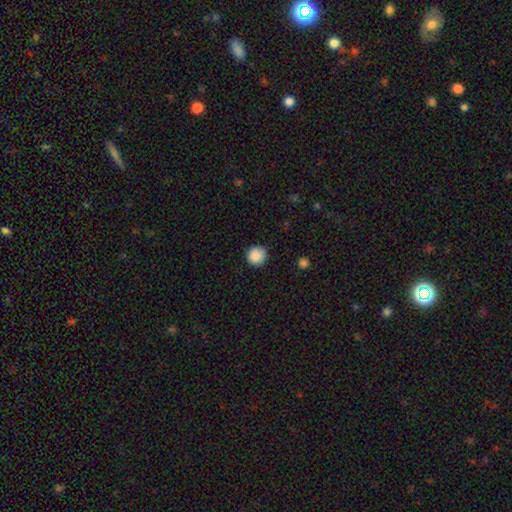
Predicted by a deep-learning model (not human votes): A smooth galaxy with no disk features (88%) that is round (94%). Merging: none (90%).